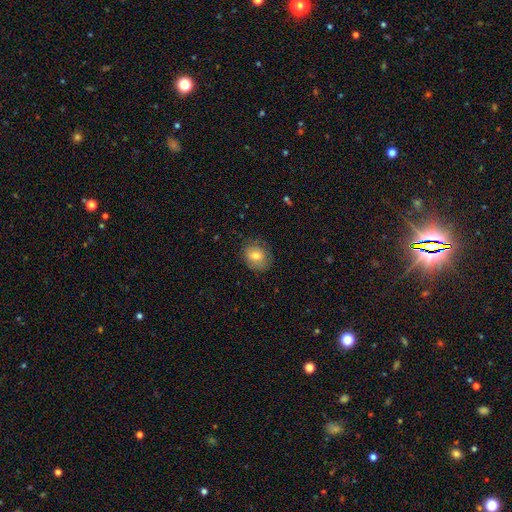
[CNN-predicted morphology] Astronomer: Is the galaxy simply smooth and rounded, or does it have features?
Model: smooth — 74%.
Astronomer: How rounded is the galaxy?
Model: round — 58% (runner-up: in between, 41%).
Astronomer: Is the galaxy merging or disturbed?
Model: none — 76%.